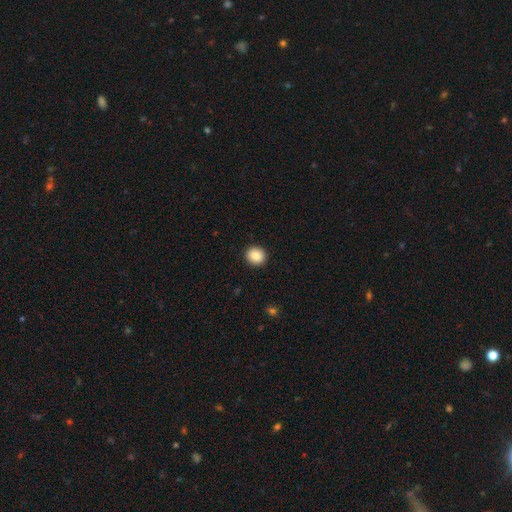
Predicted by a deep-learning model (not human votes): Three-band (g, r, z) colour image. It shows a smooth galaxy with no disk features (88%) that is round (83%). Merging: none (92%).